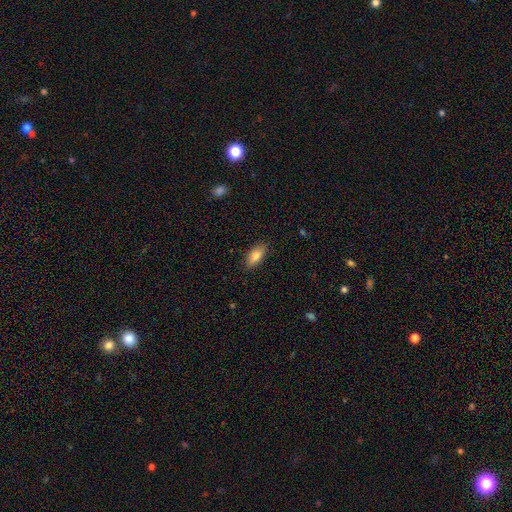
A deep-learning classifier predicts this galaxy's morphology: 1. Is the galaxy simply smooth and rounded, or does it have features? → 80% smooth, 13% featured or disk, 7% star or artifact.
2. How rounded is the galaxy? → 81% in between, 16% cigar-shaped, 3% round.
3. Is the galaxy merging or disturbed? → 86% none, 11% minor disturbance, 2% major disturbance, 1% merger.